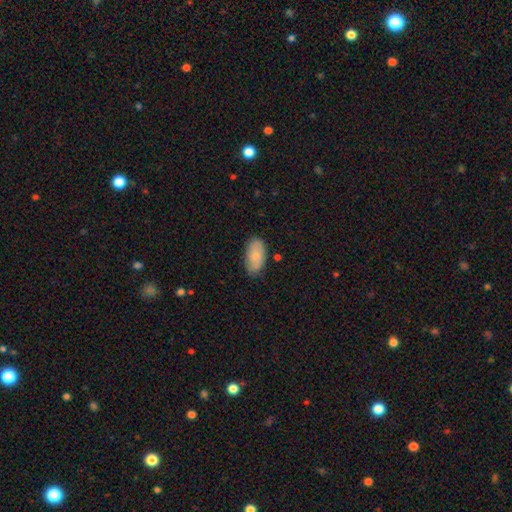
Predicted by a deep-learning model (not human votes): Smooth or featured? Predicted: smooth (p=0.78). How rounded? Predicted: in between (p=0.94). Merging? Predicted: none (p=0.79).